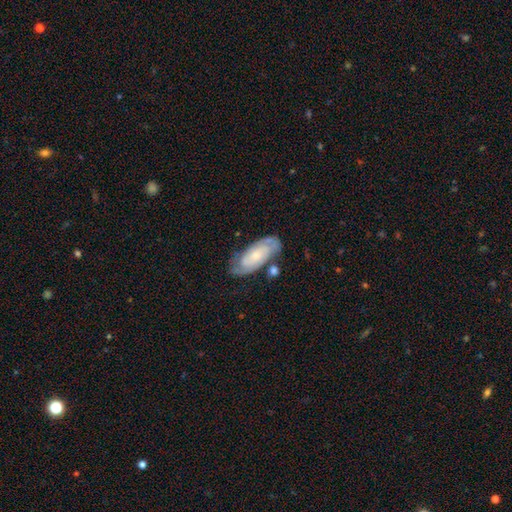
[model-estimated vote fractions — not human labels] Q: Smooth or featured?
A: featured or disk (73%); runner-up: smooth (21%)
Q: Edge-on disk?
A: no (92%); runner-up: yes (8%)
Q: Bar?
A: no (65%); runner-up: weak (27%)
Q: Spiral arms?
A: yes (93%); runner-up: no (7%)
Q: Spiral winding?
A: tight (62%); runner-up: medium (30%)
Q: Spiral arm count?
A: 2 (74%); runner-up: can't tell (17%)
Q: Bulge size?
A: small (60%); runner-up: moderate (30%)
Q: Merging?
A: none (71%); runner-up: minor disturbance (17%)